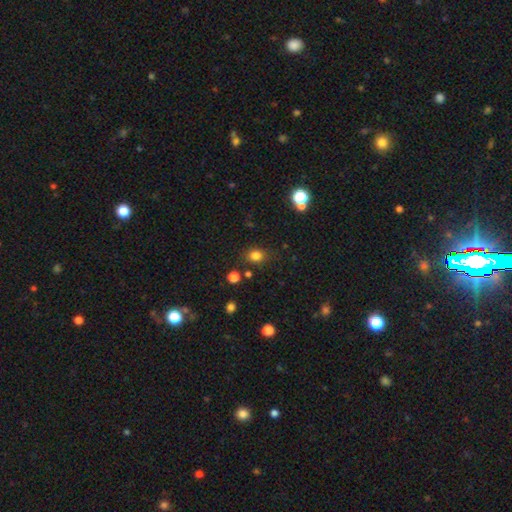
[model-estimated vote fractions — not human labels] smooth-or-featured: smooth: 80% | star or artifact: 14% | featured or disk: 6%
  how-rounded: round: 54% | in between: 45% | cigar-shaped: 1%
  merging: none: 78% | minor disturbance: 13% | major disturbance: 4% | merger: 4%